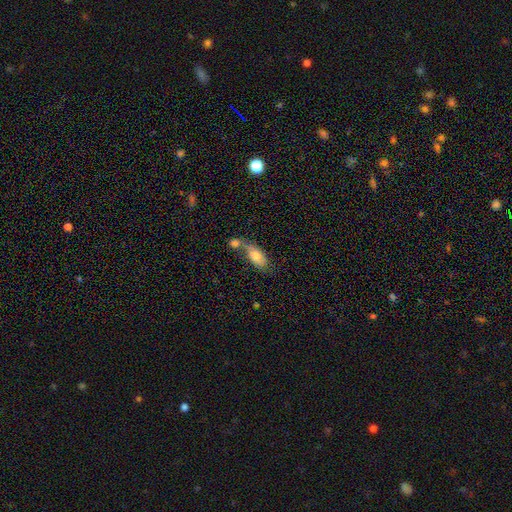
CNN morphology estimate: Q: Smooth or featured?
A: smooth (70%); runner-up: featured or disk (22%)
Q: How rounded?
A: in between (86%); runner-up: cigar-shaped (7%)
Q: Merging?
A: merger (55%); runner-up: none (26%)